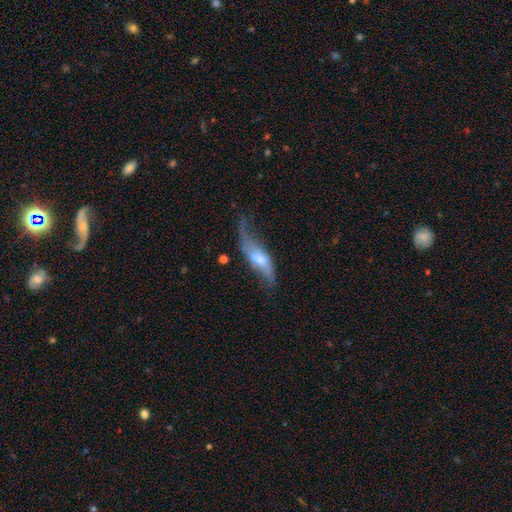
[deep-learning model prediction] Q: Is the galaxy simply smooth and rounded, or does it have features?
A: featured or disk — 72%.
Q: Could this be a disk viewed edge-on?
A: no — 72%.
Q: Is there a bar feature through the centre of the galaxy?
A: no — 48%.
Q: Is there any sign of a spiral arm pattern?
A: yes — 87%.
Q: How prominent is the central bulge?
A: moderate — 47%.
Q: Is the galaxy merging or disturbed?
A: none — 48%.